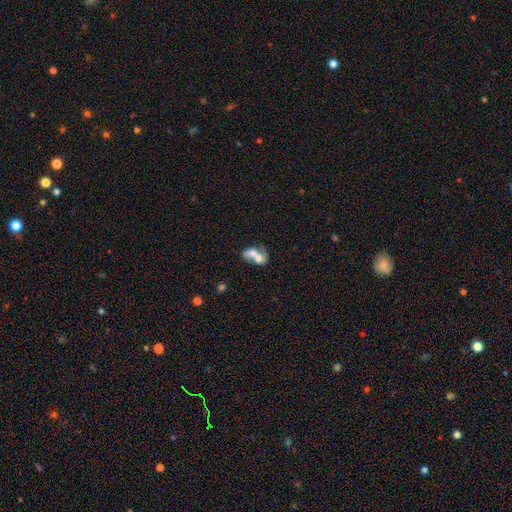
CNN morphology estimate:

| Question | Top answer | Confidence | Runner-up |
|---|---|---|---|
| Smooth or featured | smooth | 57% | featured or disk (34%) |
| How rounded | in between | 62% | round (36%) |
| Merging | merger | 81% | none (10%) |